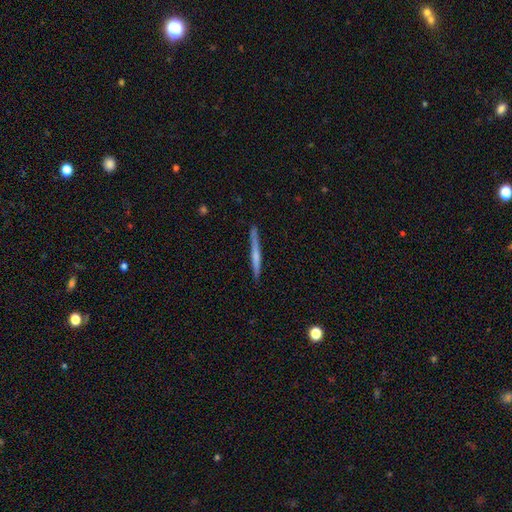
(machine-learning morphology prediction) Overall: featured or disk (50%; smooth 45%). Merging: none (88%).